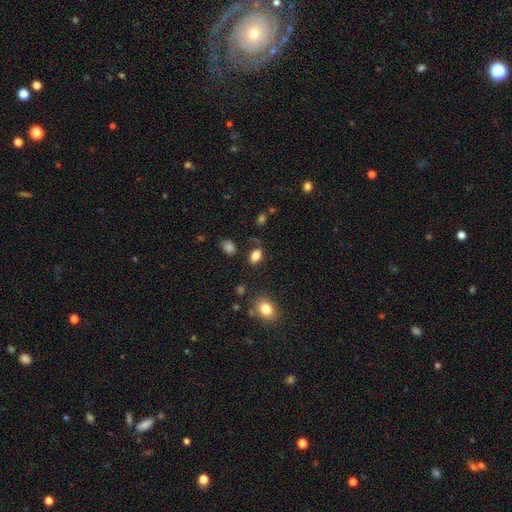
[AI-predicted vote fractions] smooth-or-featured: smooth: 83% | star or artifact: 10% | featured or disk: 7%
  how-rounded: in between: 81% | round: 17% | cigar-shaped: 2%
  merging: none: 79% | minor disturbance: 13% | major disturbance: 4% | merger: 3%